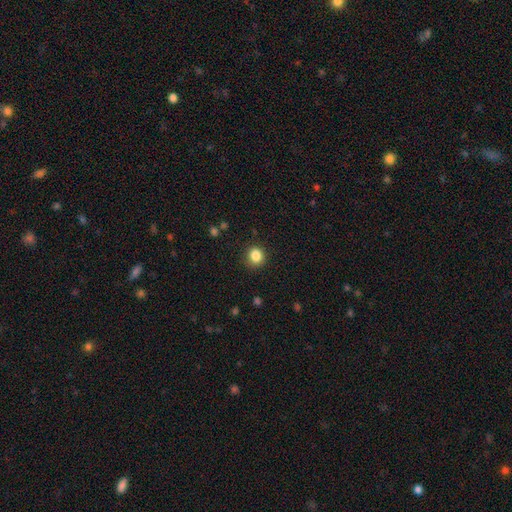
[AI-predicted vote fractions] The model was most divided on "how rounded": round: 81%, in between: 18%, cigar-shaped: 1%. More confident: merging — none (87%); smooth or featured — smooth (86%).